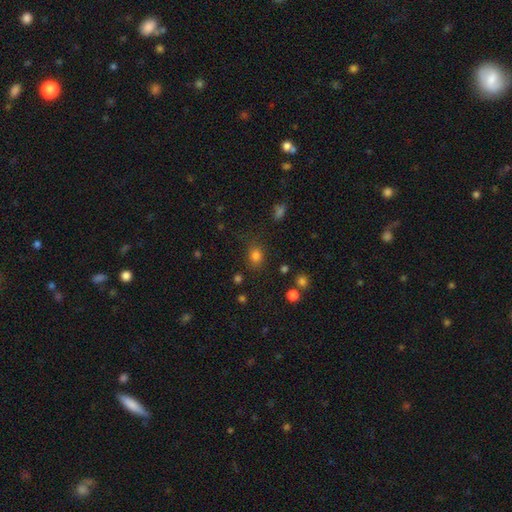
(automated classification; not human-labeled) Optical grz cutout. It shows a smooth galaxy with no disk features (79%) that is round (58%). Merging: none (77%).